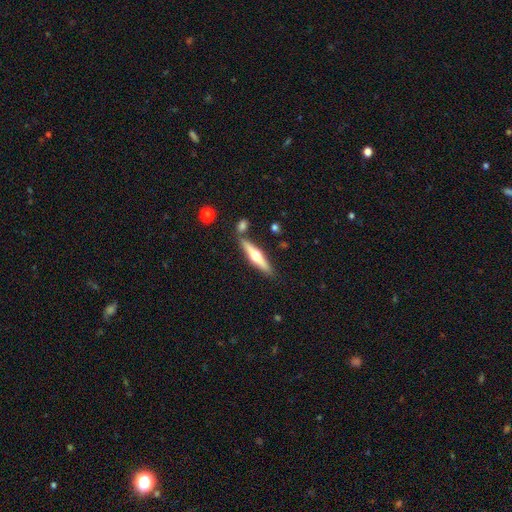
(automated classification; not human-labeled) This appears to be a featured or disk galaxy (58%) viewed edge-on (95%) with a rounded central bulge (93%). Merging: none (80%).